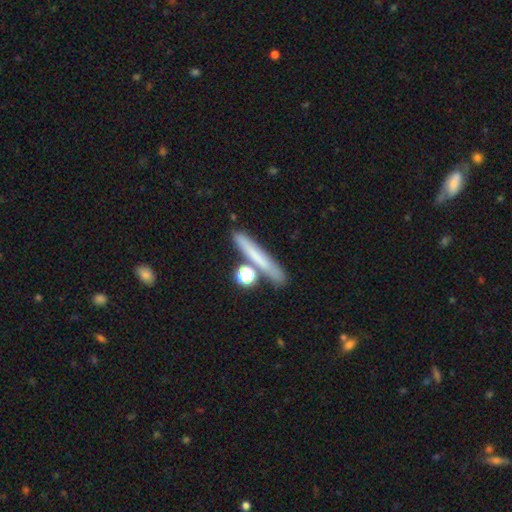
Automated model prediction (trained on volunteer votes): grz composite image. It shows a smooth galaxy with no disk features (65%) that is cigar-shaped (83%). Merging: none (75%).